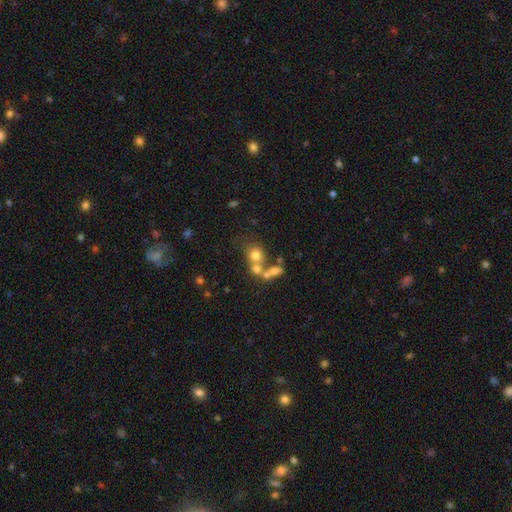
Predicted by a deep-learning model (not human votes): This is likely a smooth galaxy (66%). How rounded: likely round (77%). Merging: marginally none (42%, tied with merger).